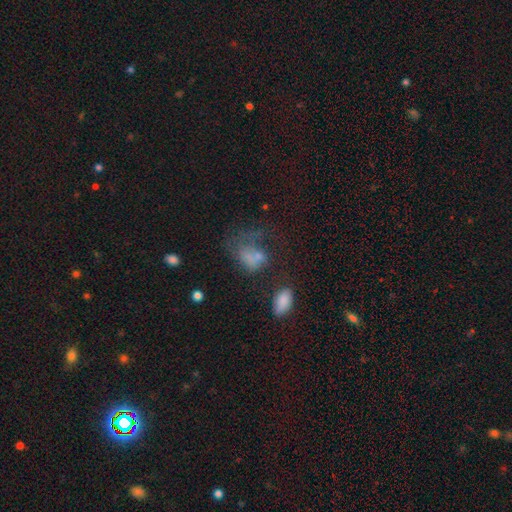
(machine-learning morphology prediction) Q: Smooth or featured?
A: smooth (53%); runner-up: featured or disk (28%)
Q: How rounded?
A: in between (71%); runner-up: round (27%)
Q: Merging?
A: major disturbance (42%); runner-up: none (25%)